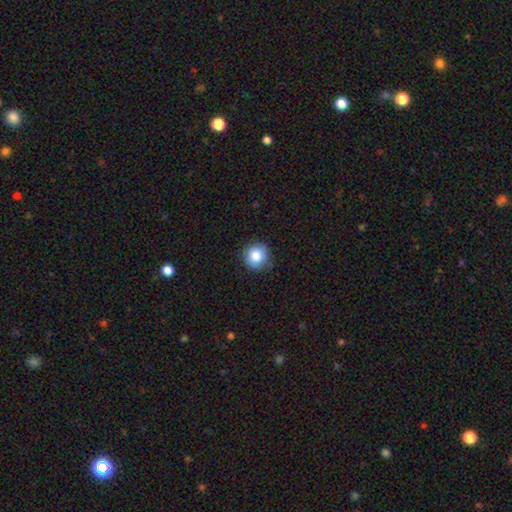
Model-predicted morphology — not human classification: This is clearly a smooth galaxy (85%). How rounded: clearly round (94%). Merging: clearly none (86%).